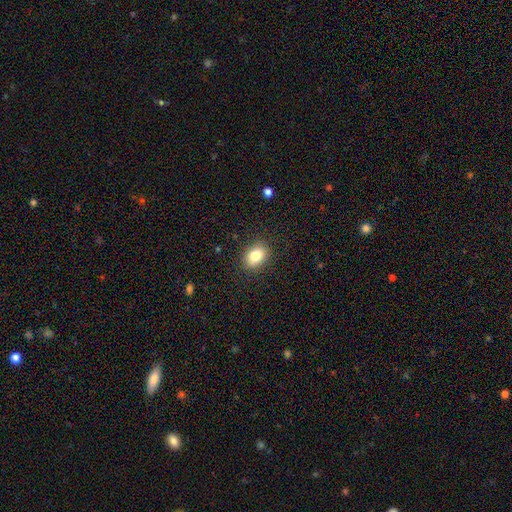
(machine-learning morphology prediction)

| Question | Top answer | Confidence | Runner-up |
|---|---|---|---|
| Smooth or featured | smooth | 82% | star or artifact (9%) |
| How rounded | in between | 67% | round (32%) |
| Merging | none | 87% | minor disturbance (9%) |